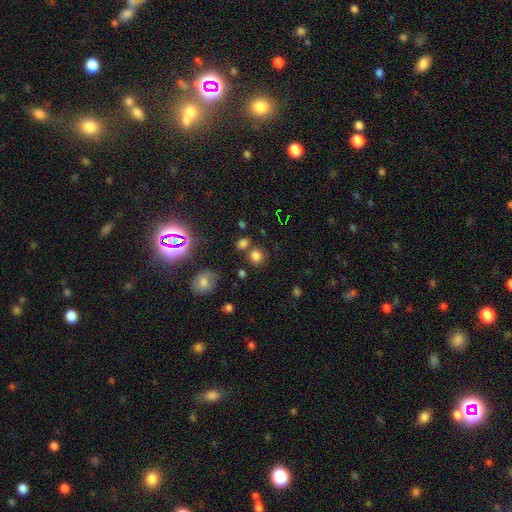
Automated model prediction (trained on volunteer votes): smooth 75%, star or artifact 19%, featured or disk 6%. Down the decision tree: how rounded — round (84%); merging — none (72%).